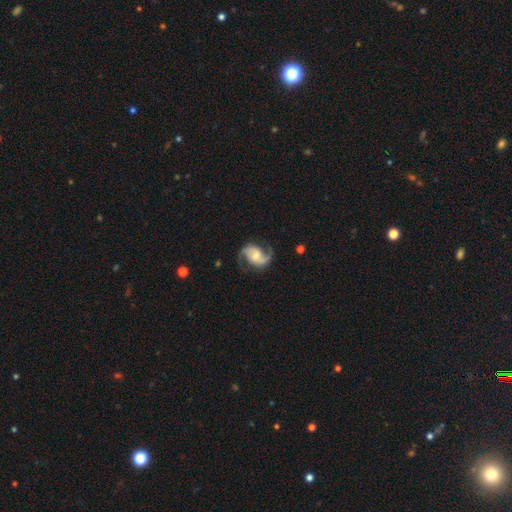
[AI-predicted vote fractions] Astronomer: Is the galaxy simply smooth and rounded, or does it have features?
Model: featured or disk — 87%.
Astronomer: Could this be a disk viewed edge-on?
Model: no — 98%.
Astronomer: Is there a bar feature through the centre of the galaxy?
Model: no — 46% (runner-up: weak, 40%).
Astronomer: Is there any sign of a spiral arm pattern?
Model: yes — 97%.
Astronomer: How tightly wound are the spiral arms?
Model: medium — 48% (runner-up: loose, 39%).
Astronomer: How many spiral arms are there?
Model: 2 — 92%.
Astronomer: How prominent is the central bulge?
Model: moderate — 50% (runner-up: small, 37%).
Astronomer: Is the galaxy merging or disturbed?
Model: none — 75%.